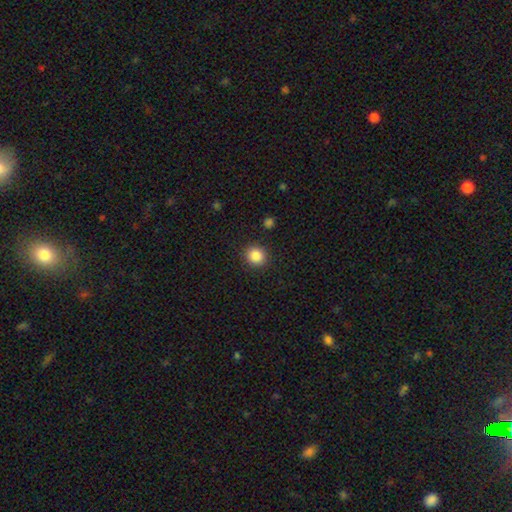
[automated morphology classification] This is clearly a smooth galaxy (86%). How rounded: clearly round (87%). Merging: clearly none (90%).